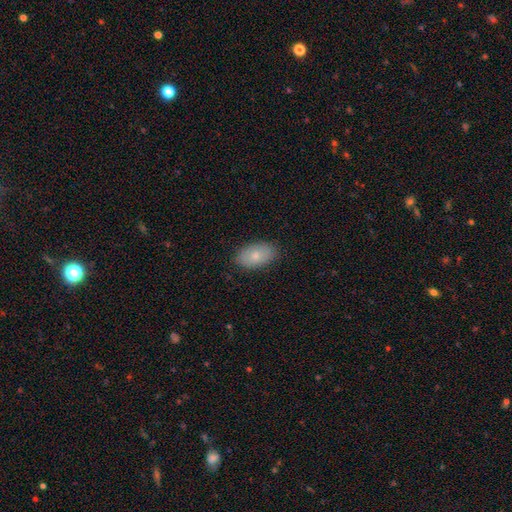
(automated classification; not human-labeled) Smooth or featured? smooth (75%)
How rounded? in between (92%)
Merging? none (85%)